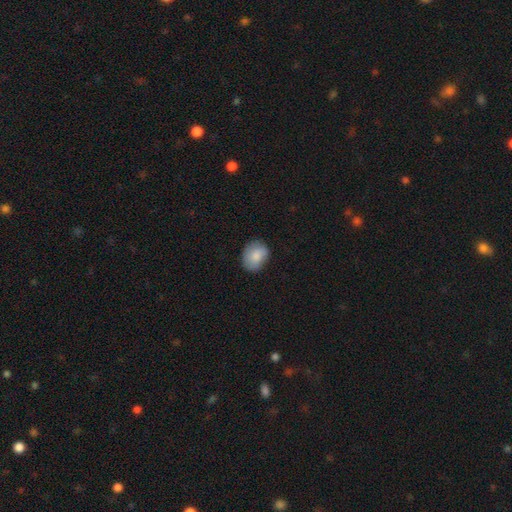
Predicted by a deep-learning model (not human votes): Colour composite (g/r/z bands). It shows a smooth galaxy with no disk features (83%) that is in between round and cigar-shaped (53%). Merging: none (74%).